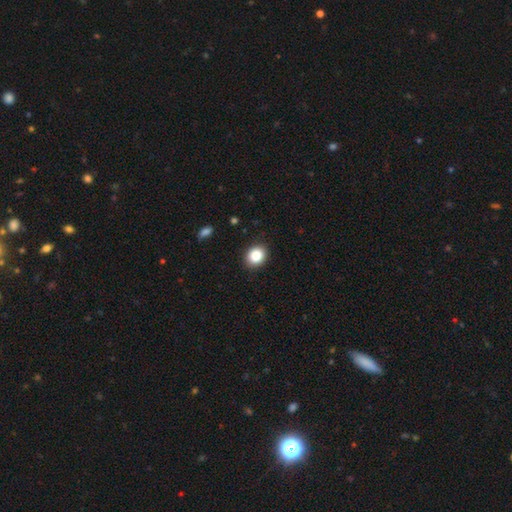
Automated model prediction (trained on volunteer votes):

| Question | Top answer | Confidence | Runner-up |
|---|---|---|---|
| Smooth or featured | smooth | 86% | star or artifact (9%) |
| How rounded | round | 57% | in between (42%) |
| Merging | none | 89% | minor disturbance (8%) |